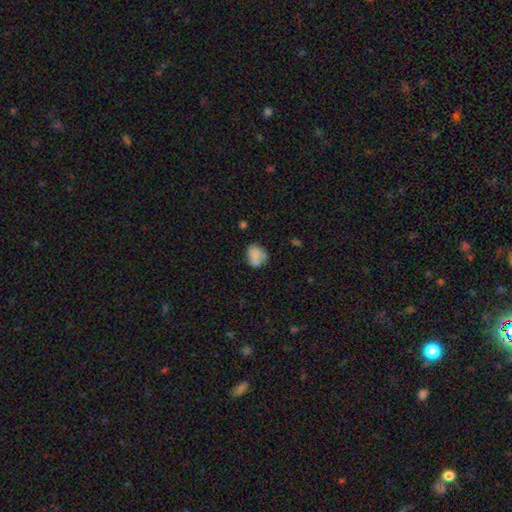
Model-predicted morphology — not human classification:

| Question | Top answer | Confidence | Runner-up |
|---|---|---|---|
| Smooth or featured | smooth | 78% | featured or disk (13%) |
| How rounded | round | 53% | in between (45%) |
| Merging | none | 61% | minor disturbance (27%) |